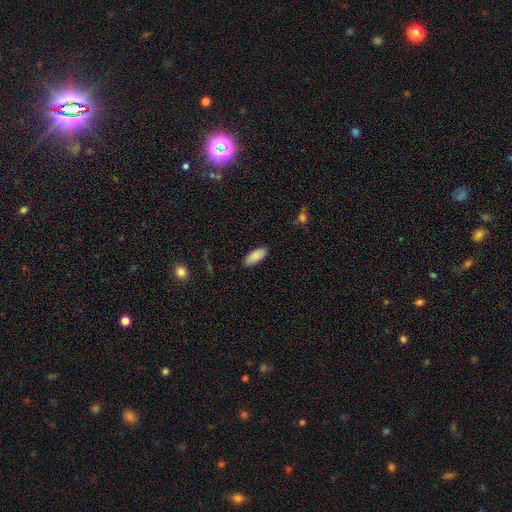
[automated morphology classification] This appears to be a smooth galaxy with no disk features (89%) that is in between round and cigar-shaped (86%). Merging: none (88%).